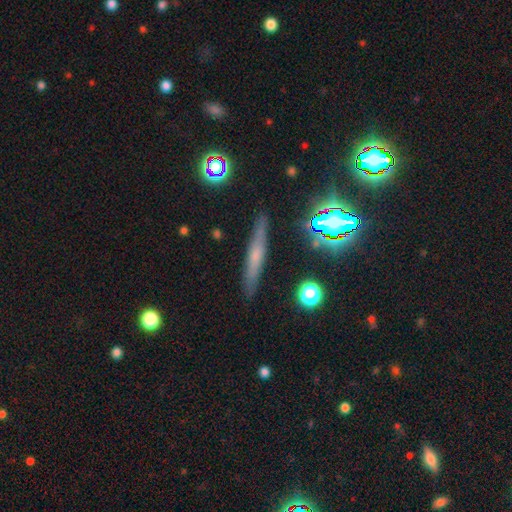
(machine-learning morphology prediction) This is marginally a smooth galaxy (45%). Merging: clearly none (87%).